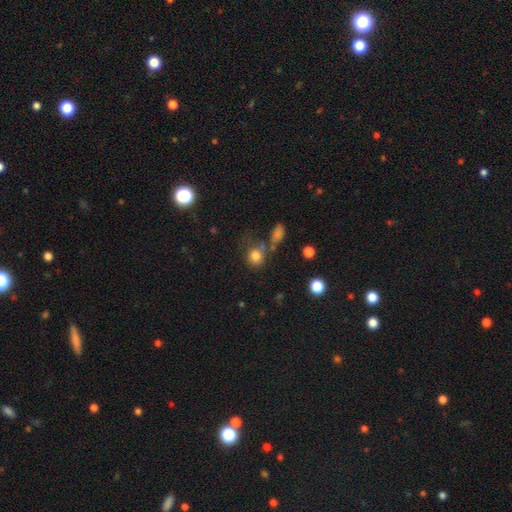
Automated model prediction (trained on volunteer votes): Overall: smooth (81%). How rounded: round (80%). Merging: none (61%).